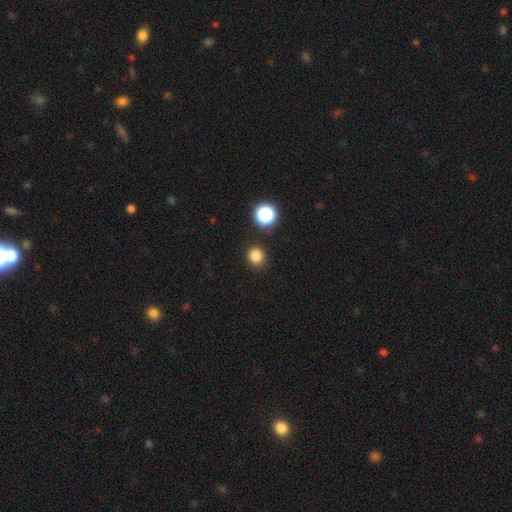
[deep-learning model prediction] Smooth or featured: smooth — 82% (star or artifact — 14%)
How rounded: round — 86% (in between — 13%)
Merging: none — 89% (minor disturbance — 6%)